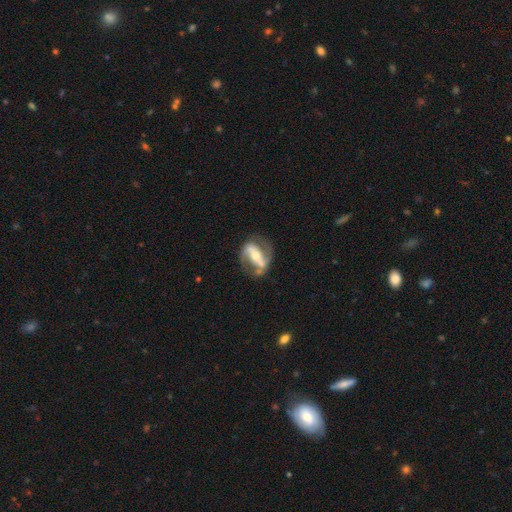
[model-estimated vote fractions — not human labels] Smooth or featured? featured or disk (80%)
Edge-on disk? no (91%)
Bar? strong (63%)
Spiral arms? yes (80%)
Spiral winding? medium (43%)
Spiral arm count? 2 (85%)
Bulge size? moderate (57%)
Merging? none (64%)